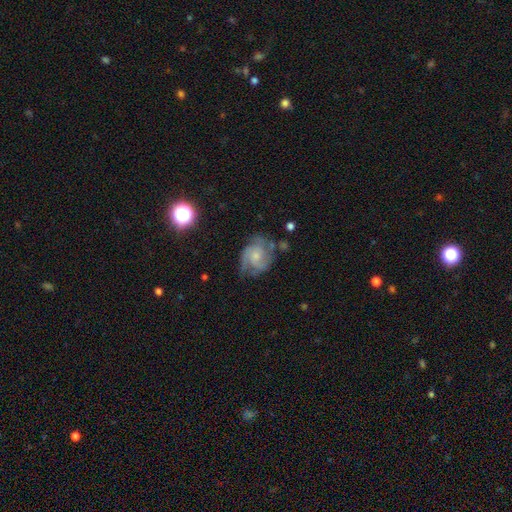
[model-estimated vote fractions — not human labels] Smooth or featured?
  - featured or disk: 73% *
  - smooth: 19%
  - star or artifact: 8%
Edge-on disk?
  - no: 98% *
  - yes: 2%
Bar?
  - no: 71% *
  - weak: 25%
  - strong: 3%
Spiral arms?
  - yes: 91% *
  - no: 9%
Spiral winding?
  - medium: 44% *
  - tight: 40%
  - loose: 16%
Spiral arm count?
  - 2: 37% *
  - can't tell: 25%
  - 3: 24%
  - 4: 6%
  - 1: 5%
  - more than 4: 4%
Bulge size?
  - small: 53% *
  - moderate: 36%
  - none: 7%
  - large: 3%
  - dominant: 1%
Merging?
  - none: 58% *
  - minor disturbance: 25%
  - major disturbance: 14%
  - merger: 3%